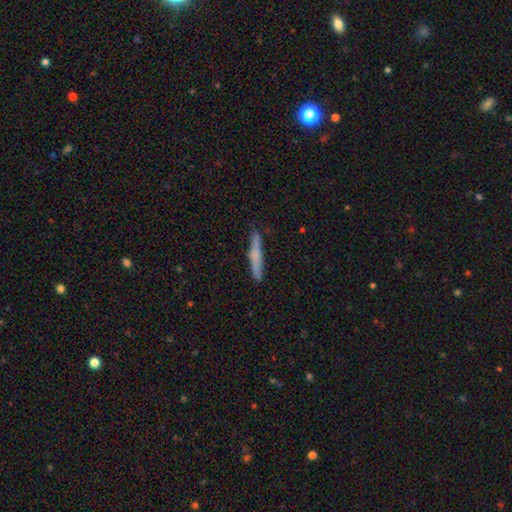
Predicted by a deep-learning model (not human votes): Q: Smooth or featured?
A: smooth (63%); runner-up: featured or disk (30%)
Q: How rounded?
A: cigar-shaped (95%); runner-up: in between (4%)
Q: Merging?
A: none (87%); runner-up: minor disturbance (10%)